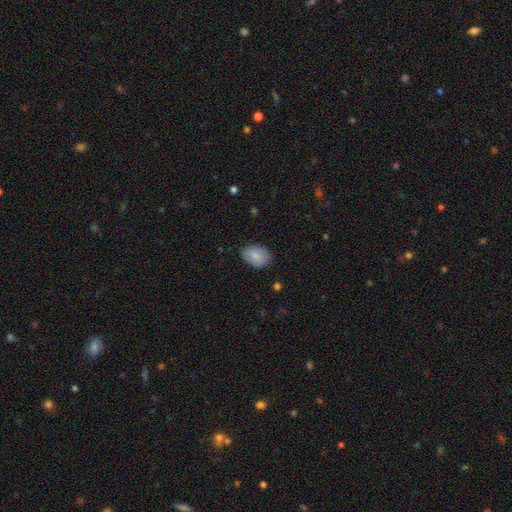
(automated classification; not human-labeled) Smooth or featured: smooth — 79% (featured or disk — 14%)
How rounded: in between — 82% (round — 16%)
Merging: none — 79% (minor disturbance — 16%)